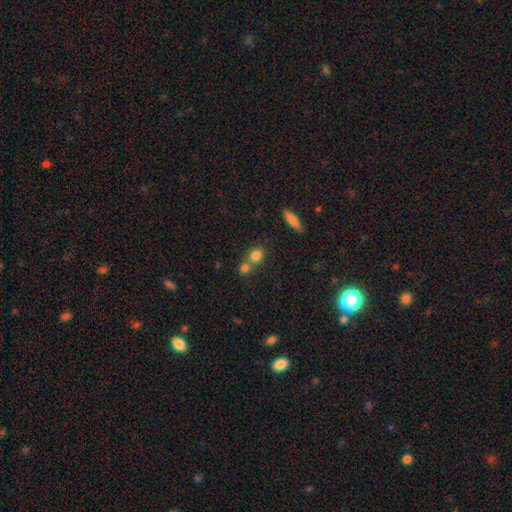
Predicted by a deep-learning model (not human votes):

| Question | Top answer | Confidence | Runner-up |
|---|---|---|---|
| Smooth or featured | smooth | 79% | star or artifact (11%) |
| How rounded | round | 68% | in between (29%) |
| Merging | merger | 49% | none (41%) |